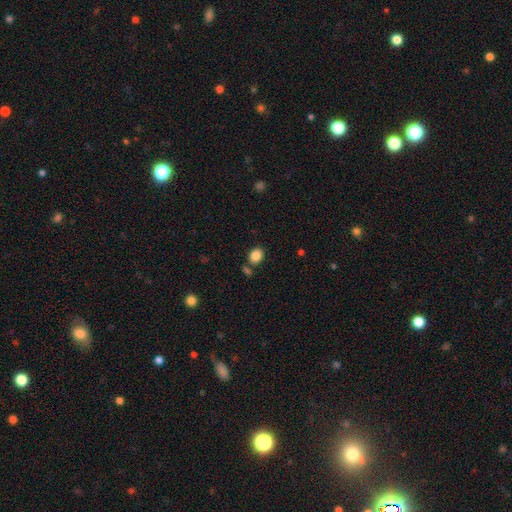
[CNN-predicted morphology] A smooth galaxy with no disk features (86%) that is round (56%). Merging: none (75%).